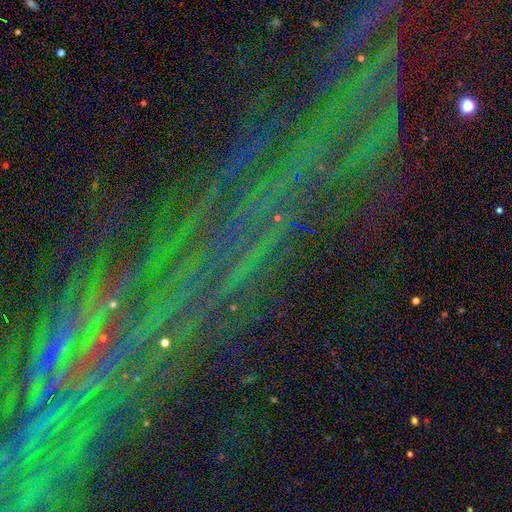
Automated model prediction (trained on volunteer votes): Morphology: type=star or artifact (82%).